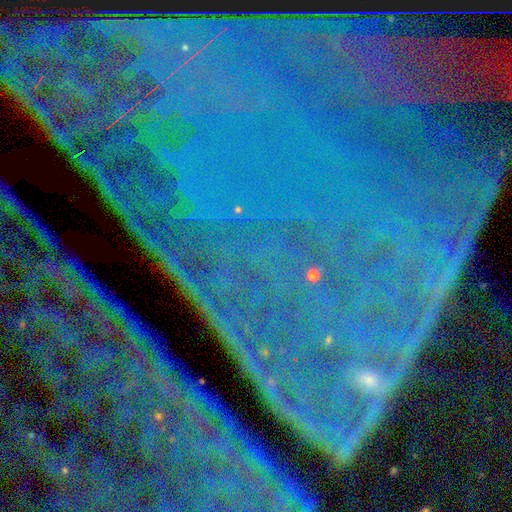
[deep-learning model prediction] A star or artifact, not a galaxy (85%).